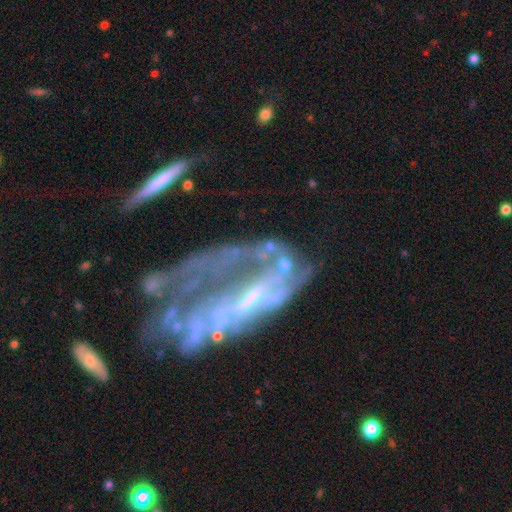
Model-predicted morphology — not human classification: Smooth or featured: featured or disk — 75% (smooth — 15%)
Edge-on disk: no — 88% (yes — 12%)
Bar: no — 41% (weak — 33%)
Spiral arms: yes — 58% (no — 42%)
Bulge size: small — 40% (none — 27%)
Merging: major disturbance — 42% (none — 25%)